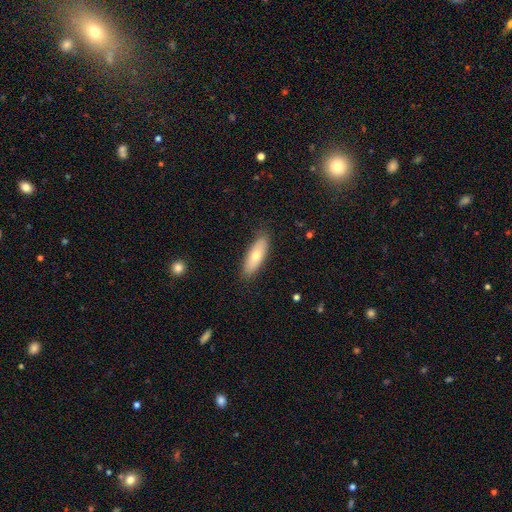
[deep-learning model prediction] This appears to be a smooth galaxy with no disk features (67%) that is in between round and cigar-shaped (62%). Merging: none (86%).